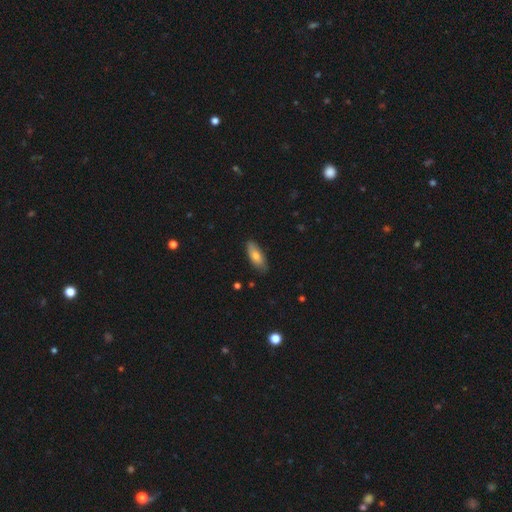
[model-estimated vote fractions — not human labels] Q: Smooth or featured?
A: smooth (77%); runner-up: featured or disk (17%)
Q: How rounded?
A: in between (77%); runner-up: cigar-shaped (21%)
Q: Merging?
A: none (83%); runner-up: minor disturbance (14%)